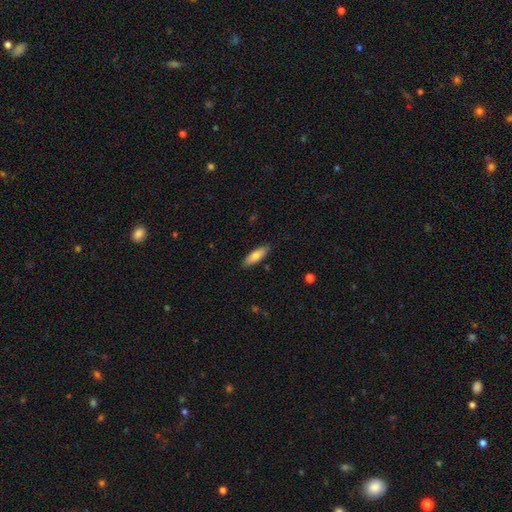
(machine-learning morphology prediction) Smooth or featured?
  - smooth: 76% *
  - featured or disk: 18%
  - star or artifact: 6%
How rounded?
  - in between: 54% *
  - cigar-shaped: 44%
  - round: 2%
Merging?
  - none: 86% *
  - minor disturbance: 10%
  - major disturbance: 2%
  - merger: 1%